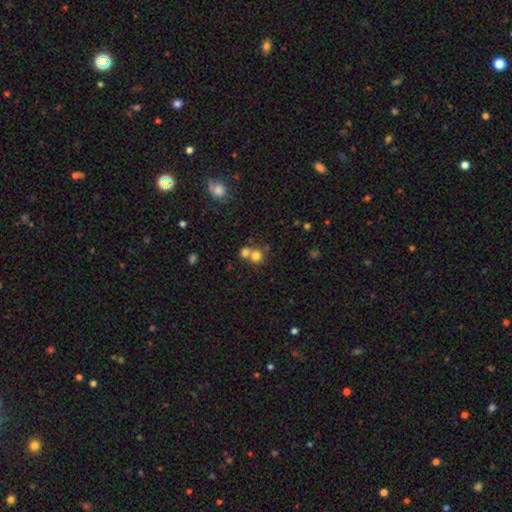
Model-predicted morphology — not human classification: The model was most divided on "merging": none: 47%, merger: 44%, minor disturbance: 6%, major disturbance: 3%. More confident: how rounded — round (88%); smooth or featured — smooth (76%).